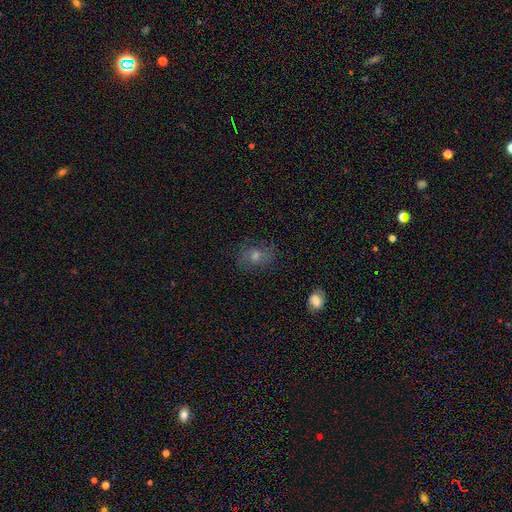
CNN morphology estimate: This appears to be a smooth galaxy with no disk features (46%). Merging: none (78%).